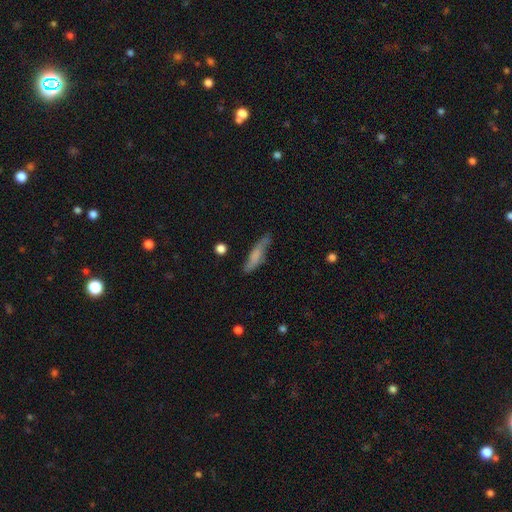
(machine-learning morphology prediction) A smooth galaxy with no disk features (63%) that is cigar-shaped (77%).

Vote fractions:
- Smooth or featured? smooth: 63% / featured or disk: 30% / star or artifact: 7%
- How rounded? cigar-shaped: 77% / in between: 20% / round: 2%
- Merging? none: 69% / minor disturbance: 23% / major disturbance: 6% / merger: 2%